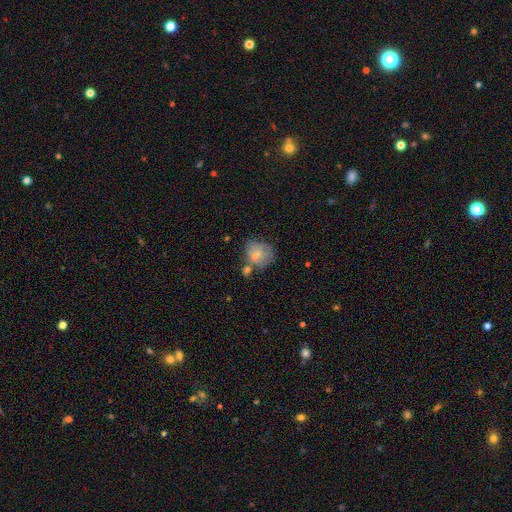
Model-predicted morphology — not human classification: This appears to be a smooth galaxy with no disk features (66%) that is round (62%). Merging: none (45%).